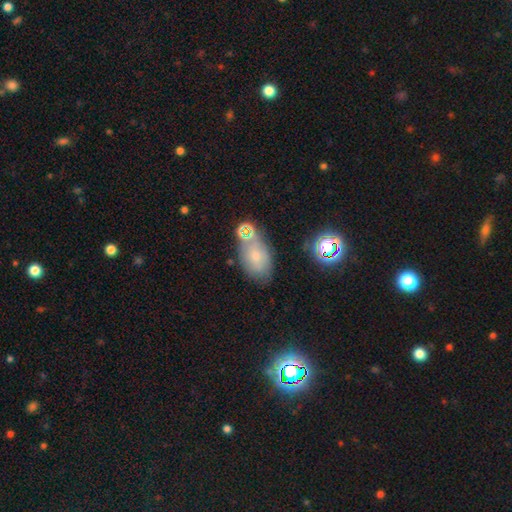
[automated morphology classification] type=smooth (55%); roundness=in between (88%); merging=none (55%).